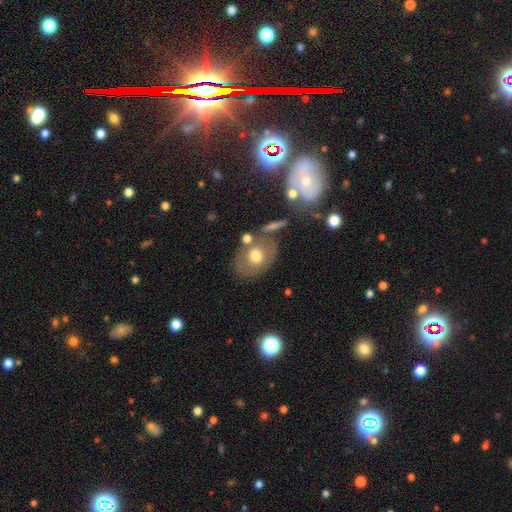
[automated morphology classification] type=smooth (59%); roundness=in between (60%); merging=none (64%).